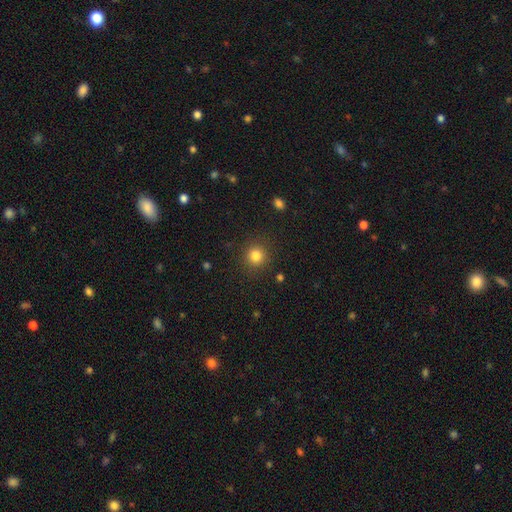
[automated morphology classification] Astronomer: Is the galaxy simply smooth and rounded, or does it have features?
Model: smooth — 82%.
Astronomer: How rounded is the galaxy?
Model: round — 92%.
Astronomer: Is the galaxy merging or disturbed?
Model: none — 89%.